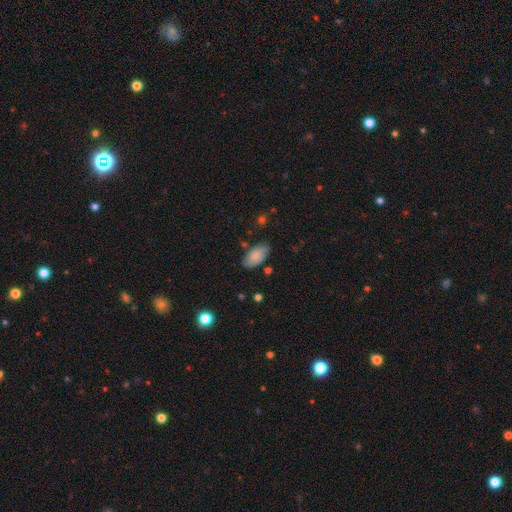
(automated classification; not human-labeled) Smooth or featured? Predicted: smooth (p=0.80). How rounded? Predicted: in between (p=0.94). Merging? Predicted: none (p=0.77).